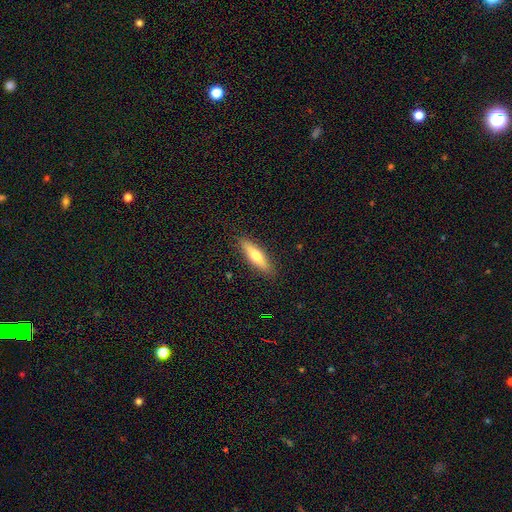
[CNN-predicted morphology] This is likely a smooth galaxy (63%). How rounded: likely cigar-shaped (66%). Merging: clearly none (89%).